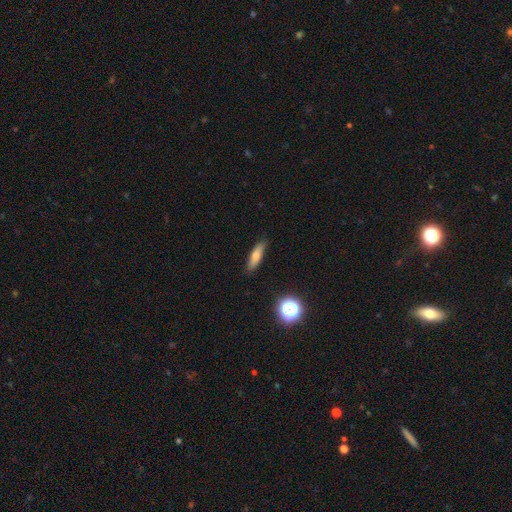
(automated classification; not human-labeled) A smooth galaxy with no disk features (66%) that is cigar-shaped (64%). Merging: none (86%).